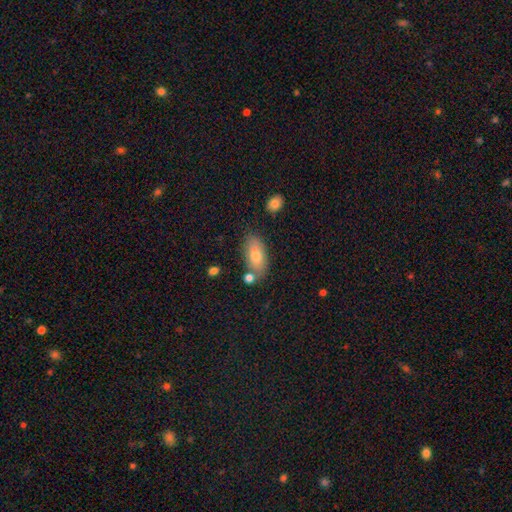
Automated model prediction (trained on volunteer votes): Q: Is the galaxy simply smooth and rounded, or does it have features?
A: smooth — 75%.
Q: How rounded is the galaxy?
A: in between — 87%.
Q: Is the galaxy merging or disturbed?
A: none — 74%.